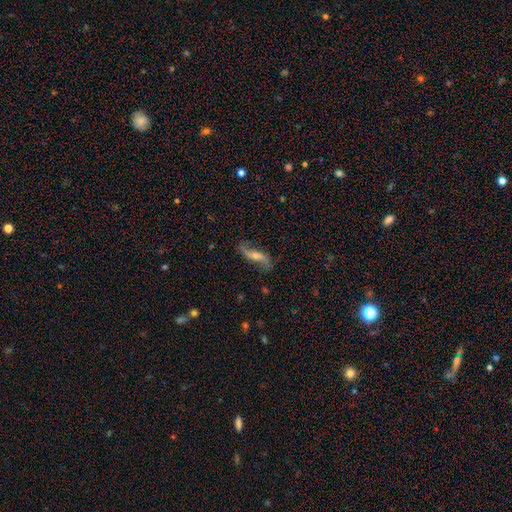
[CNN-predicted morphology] Smooth or featured? Predicted: featured or disk (p=0.74). Edge-on disk? Predicted: no (p=0.83). Bar? Predicted: no (p=0.41). Spiral arms? Predicted: yes (p=0.92). Spiral winding? Predicted: loose (p=0.85). Spiral arm count? Predicted: 2 (p=0.91). Bulge size? Predicted: moderate (p=0.42). Merging? Predicted: none (p=0.72).